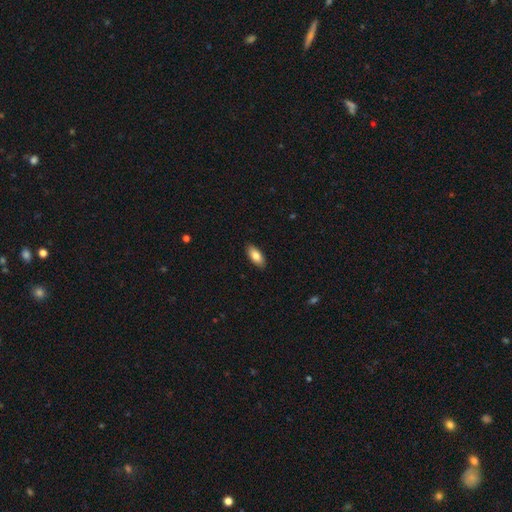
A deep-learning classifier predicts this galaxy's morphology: Smooth or featured? Predicted: smooth (p=0.82). How rounded? Predicted: in between (p=0.87). Merging? Predicted: none (p=0.89).